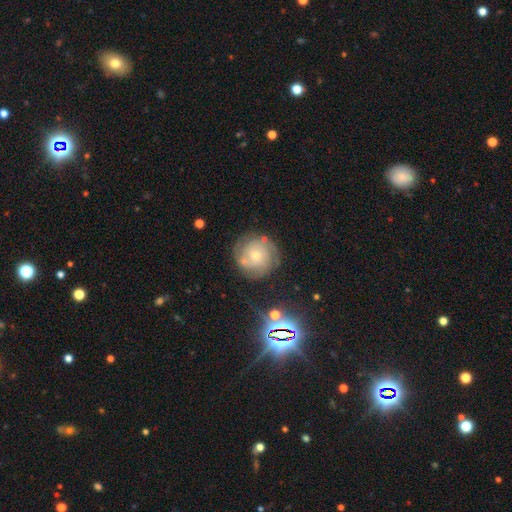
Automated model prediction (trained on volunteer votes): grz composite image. It shows a featured or disk galaxy (63%) with no bar (78%), tight (60%) spiral arms (84%) and a small central bulge (60%). Merging: none (73%).